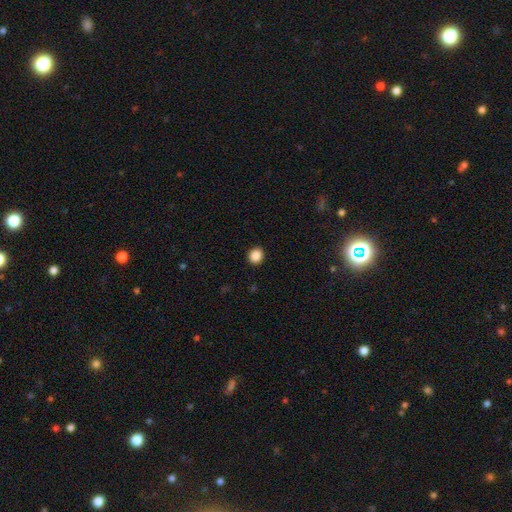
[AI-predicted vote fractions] The model was most divided on "how rounded": round: 82%, in between: 17%, cigar-shaped: 1%. More confident: merging — none (92%); smooth or featured — smooth (88%).